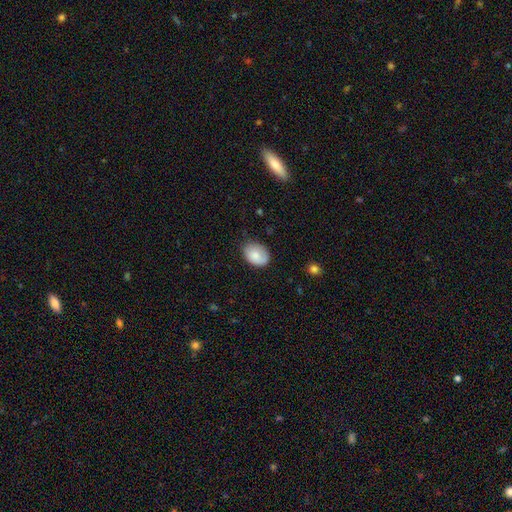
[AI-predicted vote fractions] Q: Smooth or featured?
A: smooth (80%); runner-up: featured or disk (13%)
Q: How rounded?
A: in between (75%); runner-up: round (24%)
Q: Merging?
A: none (72%); runner-up: minor disturbance (22%)